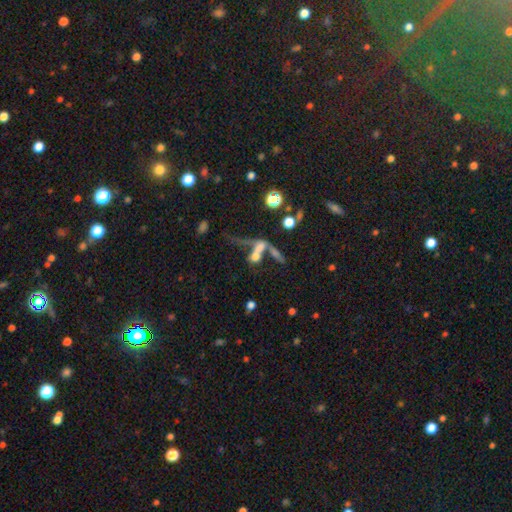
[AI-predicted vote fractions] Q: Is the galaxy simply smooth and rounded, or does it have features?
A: smooth — 46%.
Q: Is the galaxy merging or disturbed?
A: merger — 60%.